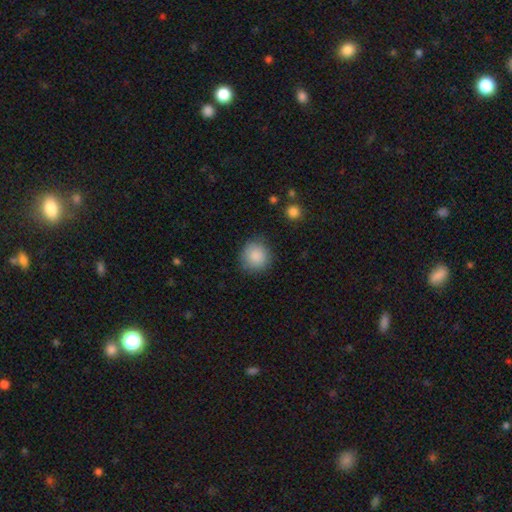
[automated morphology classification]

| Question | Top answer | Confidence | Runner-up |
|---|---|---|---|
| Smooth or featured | smooth | 88% | star or artifact (8%) |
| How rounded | round | 91% | in between (8%) |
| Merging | none | 85% | minor disturbance (10%) |